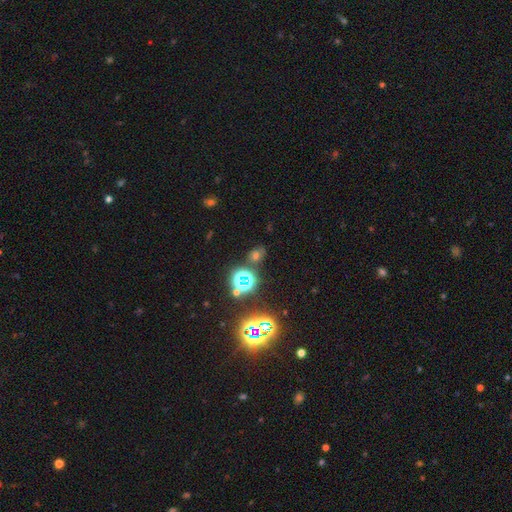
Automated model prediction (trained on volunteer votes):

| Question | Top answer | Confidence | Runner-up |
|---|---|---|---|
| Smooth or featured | star or artifact | 50% | smooth (39%) |